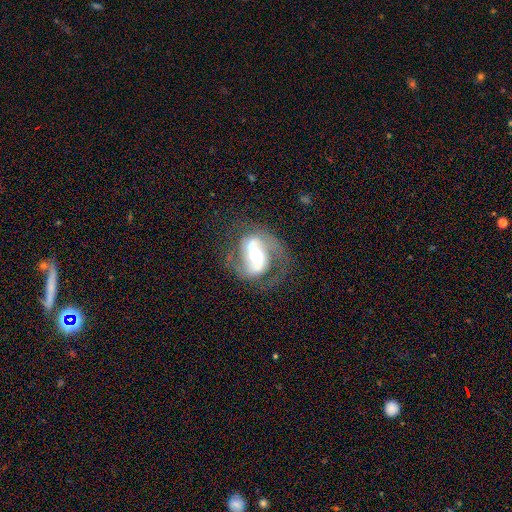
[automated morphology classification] Smooth or featured: featured or disk — 81% (smooth — 13%)
Edge-on disk: no — 97% (yes — 3%)
Bar: no — 47% (weak — 33%)
Spiral arms: yes — 90% (no — 10%)
Spiral winding: medium — 48% (loose — 28%)
Spiral arm count: 2 — 80% (1 — 10%)
Bulge size: moderate — 63% (large — 23%)
Merging: none — 53% (major disturbance — 19%)